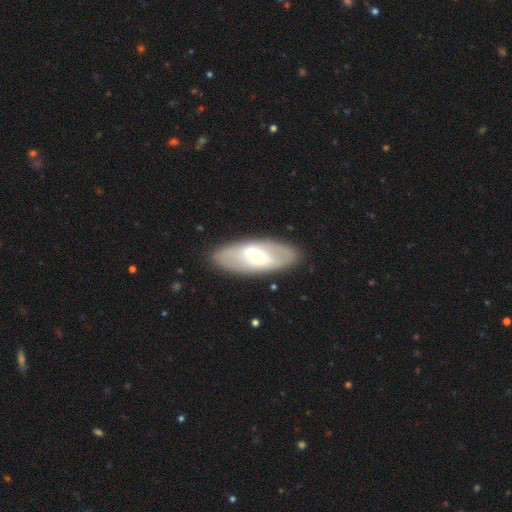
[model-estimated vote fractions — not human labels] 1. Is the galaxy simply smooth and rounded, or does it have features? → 55% featured or disk, 39% smooth, 6% star or artifact.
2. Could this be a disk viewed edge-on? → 83% no, 17% yes.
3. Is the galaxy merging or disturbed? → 86% none, 9% minor disturbance, 3% major disturbance, 1% merger.